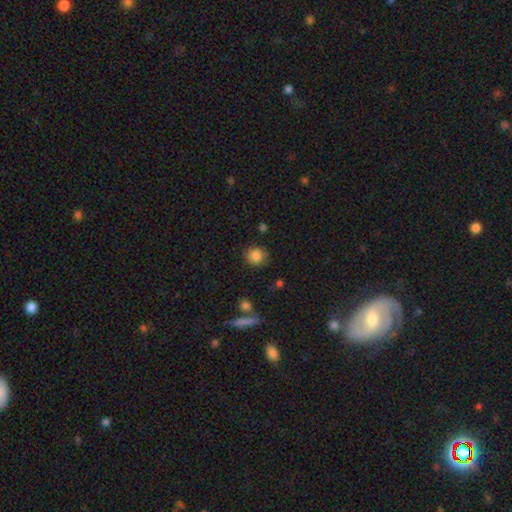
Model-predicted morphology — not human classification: This is clearly a smooth galaxy (86%). How rounded: clearly round (90%). Merging: clearly none (87%).